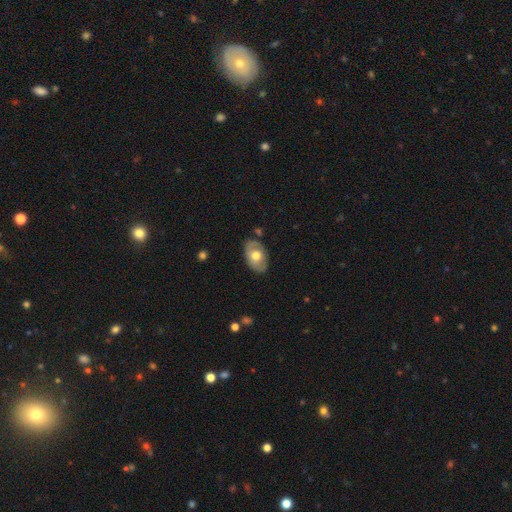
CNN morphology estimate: type=smooth (56%); roundness=in between (87%); merging=none (76%).